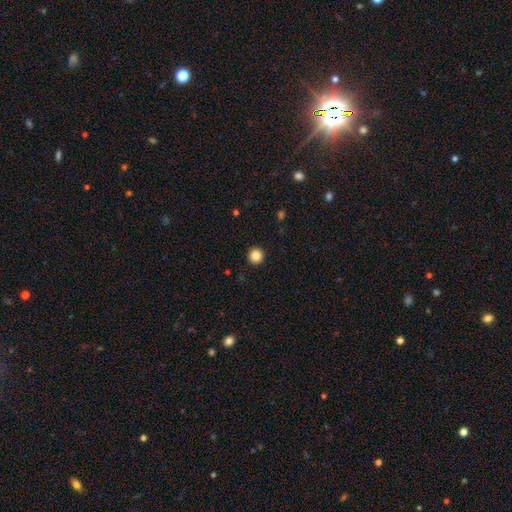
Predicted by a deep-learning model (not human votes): Overall: smooth (84%). How rounded: round (96%). Merging: none (94%).